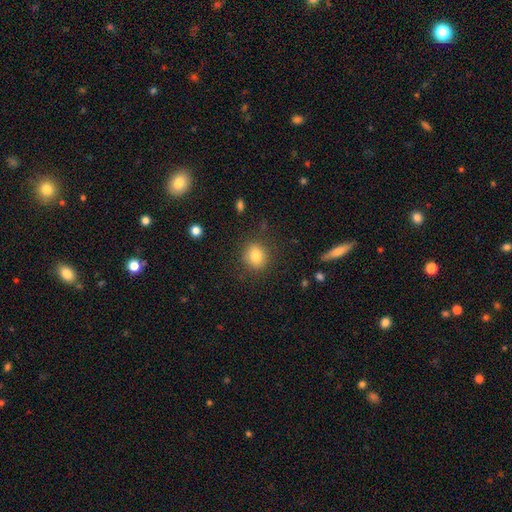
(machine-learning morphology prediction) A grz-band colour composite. It shows a smooth galaxy with no disk features (81%) that is round (77%). Merging: none (85%).